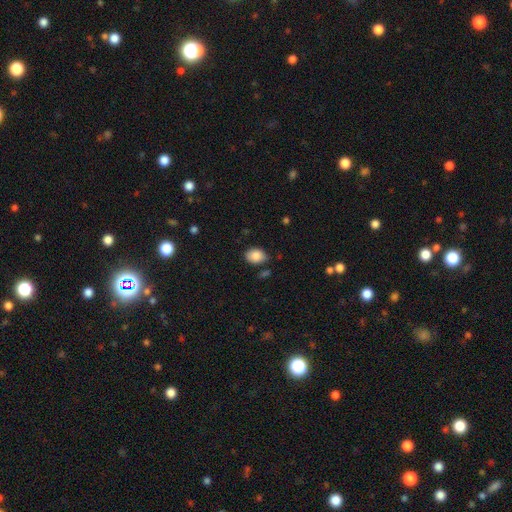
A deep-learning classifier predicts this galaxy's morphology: type=smooth (85%); roundness=in between (72%); merging=none (77%).